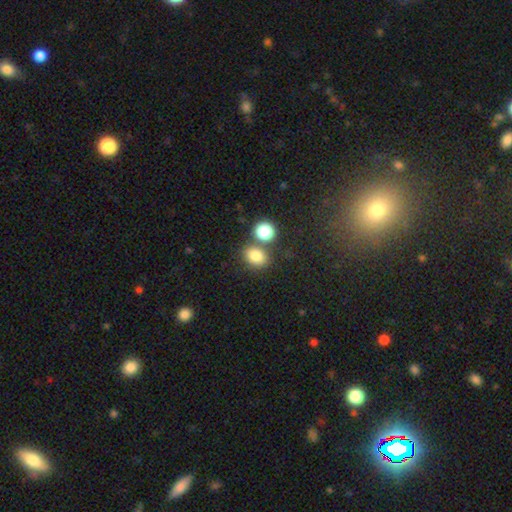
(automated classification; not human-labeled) Overall: smooth (80%). How rounded: round (52%; in between 47%). Merging: none (66%).